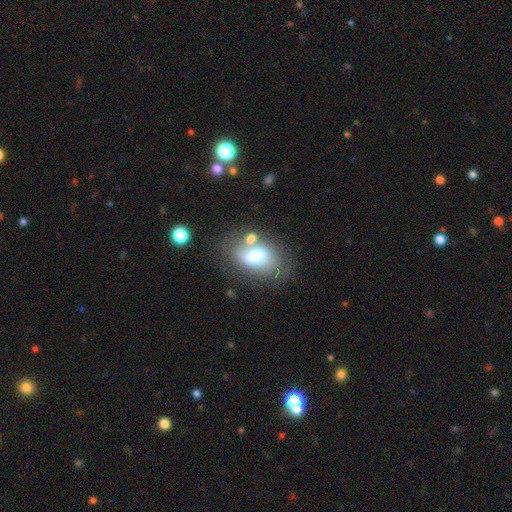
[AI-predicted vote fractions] The model was most divided on "merging": none: 47%, merger: 21%, minor disturbance: 19%, major disturbance: 12%. More confident: how rounded — in between (84%); smooth or featured — smooth (62%).